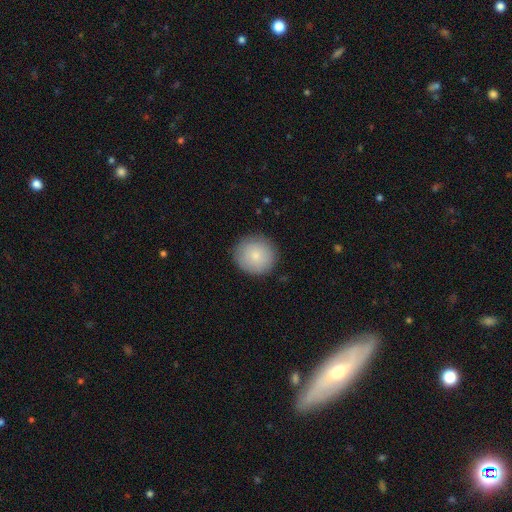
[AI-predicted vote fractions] A smooth galaxy with no disk features (83%) that is round (92%). Merging: none (88%).